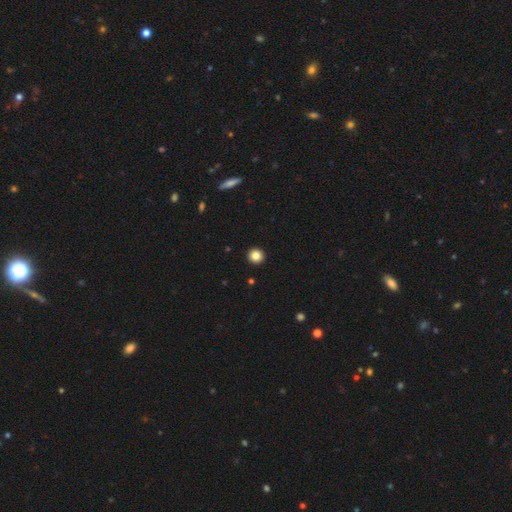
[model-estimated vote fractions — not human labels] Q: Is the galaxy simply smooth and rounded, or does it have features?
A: smooth — 85%.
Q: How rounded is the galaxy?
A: round — 95%.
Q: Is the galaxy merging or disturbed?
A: none — 94%.